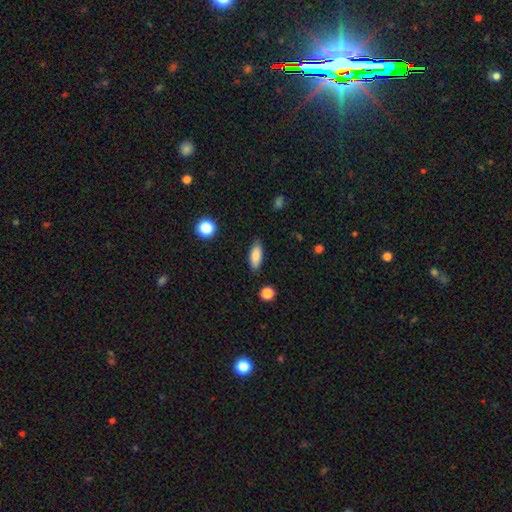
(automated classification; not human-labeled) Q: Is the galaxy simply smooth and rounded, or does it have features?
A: smooth — 86%.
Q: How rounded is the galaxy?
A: in between — 75%.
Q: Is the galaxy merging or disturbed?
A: none — 86%.